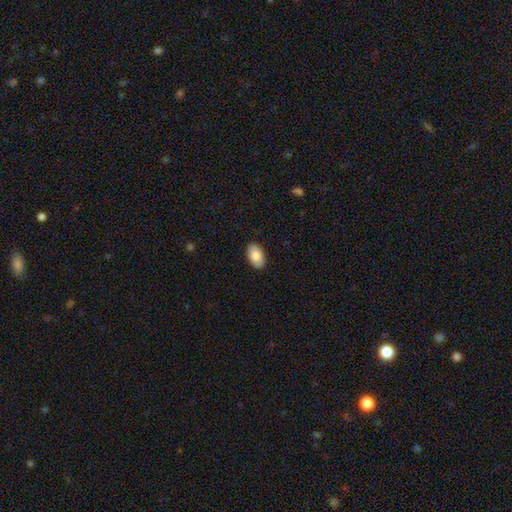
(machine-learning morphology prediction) This is clearly a smooth galaxy (80%). How rounded: clearly in between (93%). Merging: clearly none (89%).